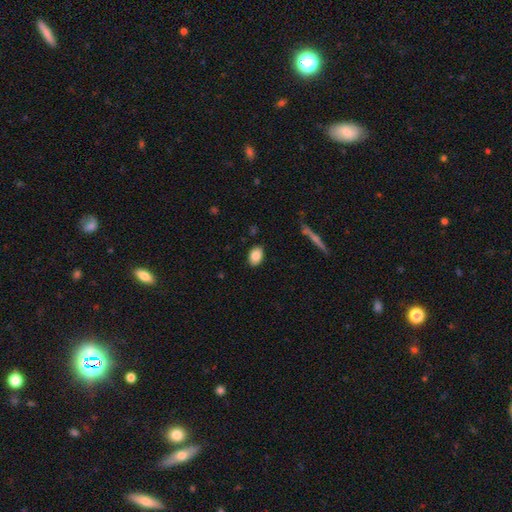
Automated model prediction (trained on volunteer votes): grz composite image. It shows a smooth galaxy with no disk features (86%) that is in between round and cigar-shaped (84%). Merging: none (87%).